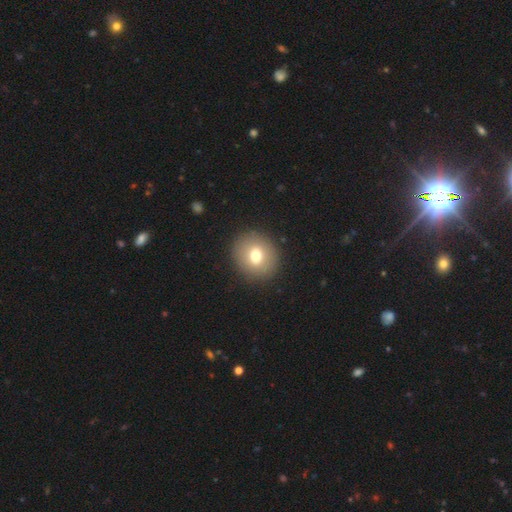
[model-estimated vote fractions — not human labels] The model was most divided on "smooth or featured": smooth: 71%, featured or disk: 19%, star or artifact: 10%. More confident: merging — none (90%); how rounded — round (81%).